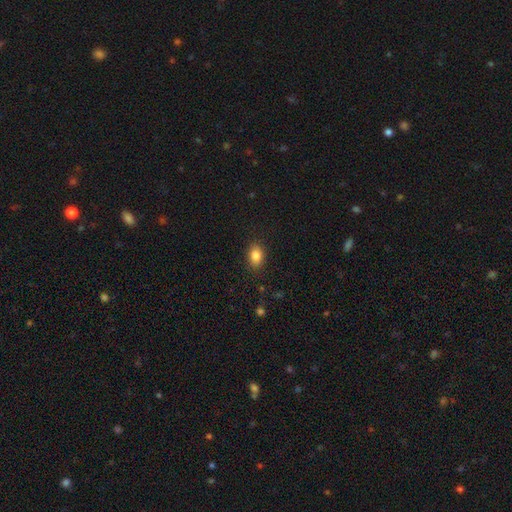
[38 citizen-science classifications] Morphology: type=smooth (95%); roundness=in between (89%); merging=none (92%).